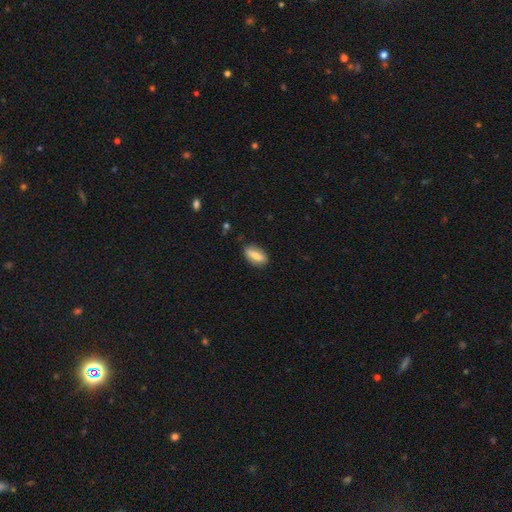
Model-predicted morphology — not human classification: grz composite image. It shows a smooth galaxy with no disk features (74%) that is in between round and cigar-shaped (77%). Merging: none (83%).